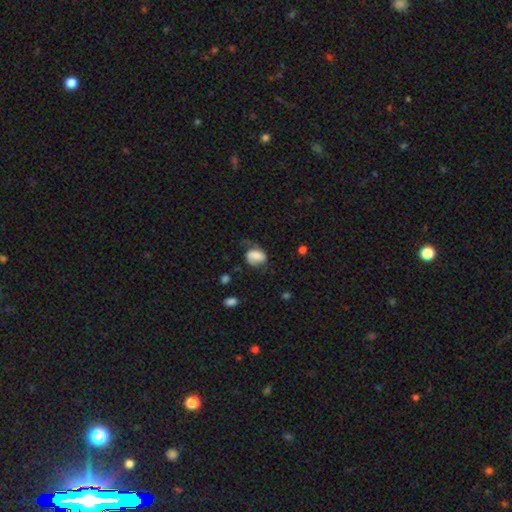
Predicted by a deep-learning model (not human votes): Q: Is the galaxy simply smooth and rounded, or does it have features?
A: smooth — 50%.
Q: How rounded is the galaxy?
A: in between — 69%.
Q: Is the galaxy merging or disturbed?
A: none — 40%.